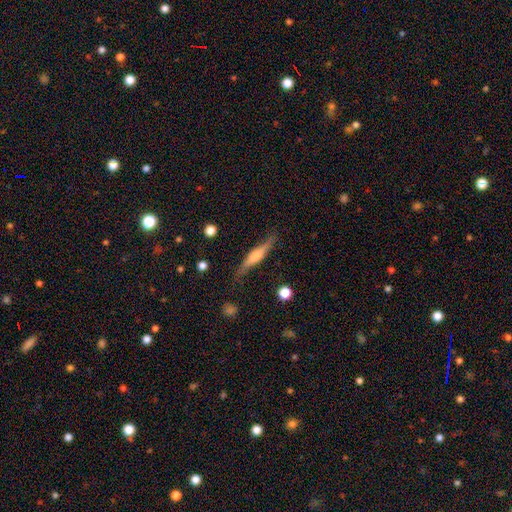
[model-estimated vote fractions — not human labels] smooth_or_featured: featured or disk (p=0.56) [alt: smooth p=0.38]
disk_edge_on: yes (p=0.88) [alt: no p=0.12]
merging: none (p=0.74) [alt: minor disturbance p=0.18]